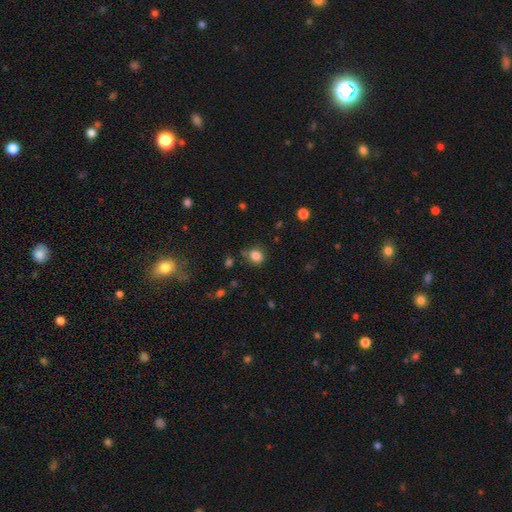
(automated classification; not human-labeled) Smooth or featured? smooth (83%)
How rounded? round (66%)
Merging? none (78%)